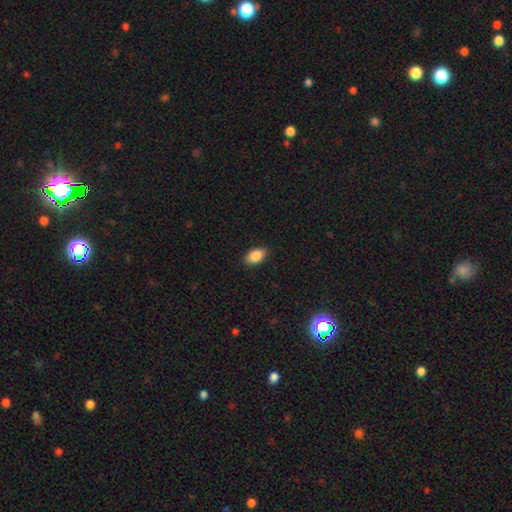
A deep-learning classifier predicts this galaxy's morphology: Smooth or featured? Predicted: smooth (p=0.87). How rounded? Predicted: in between (p=0.91). Merging? Predicted: none (p=0.87).